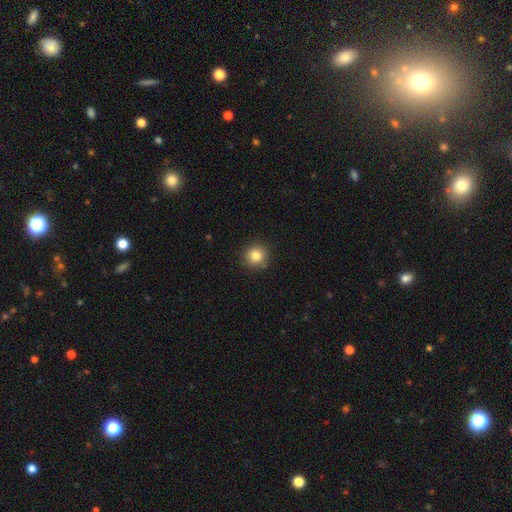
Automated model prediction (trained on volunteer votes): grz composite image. It shows a smooth galaxy with no disk features (82%) that is round (92%). Merging: none (88%).